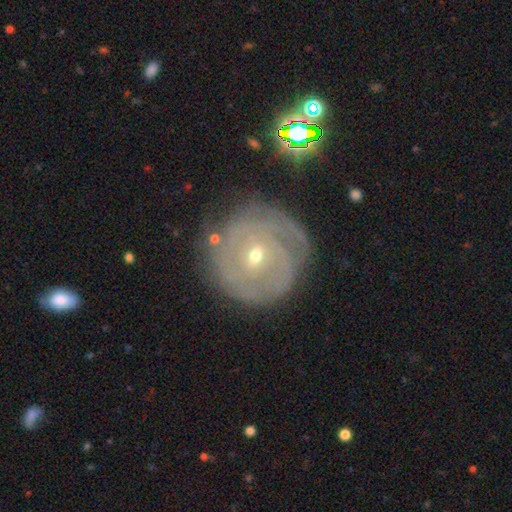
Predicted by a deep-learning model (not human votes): This appears to be a featured or disk galaxy (80%) with no bar (50%), tight (82%) spiral arms (91%) and a small central bulge (63%). Merging: none (77%).